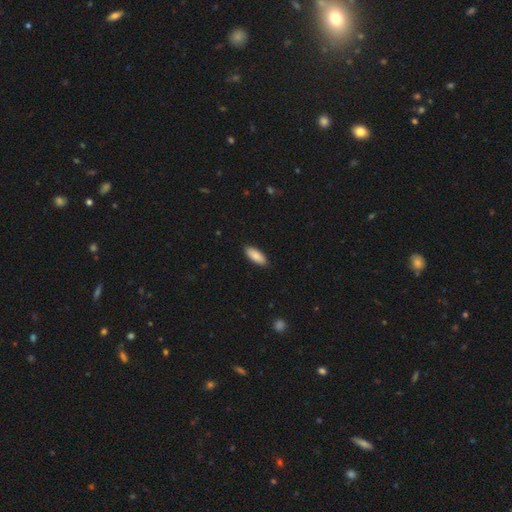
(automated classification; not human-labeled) This is clearly a smooth galaxy (89%). How rounded: likely in between (78%). Merging: clearly none (89%).